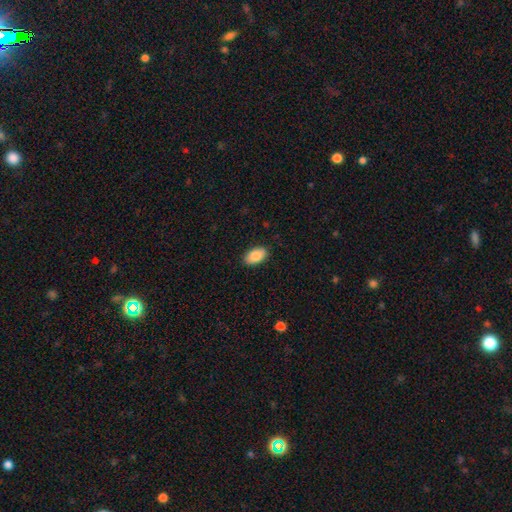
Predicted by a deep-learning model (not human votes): Smooth or featured? Predicted: smooth (p=0.87). How rounded? Predicted: in between (p=0.94). Merging? Predicted: none (p=0.88).